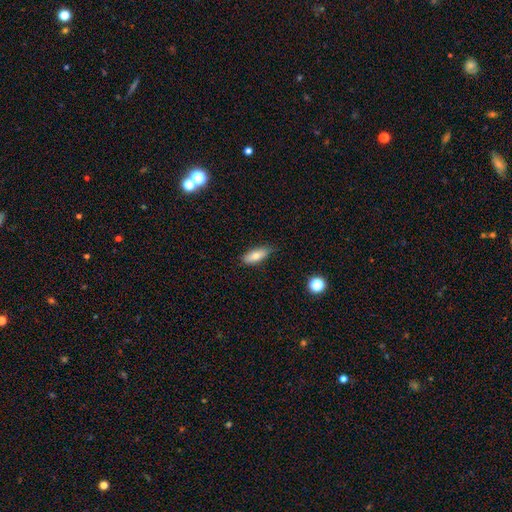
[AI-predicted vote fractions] The model was most divided on "how rounded": in between: 73%, cigar-shaped: 24%, round: 3%. More confident: merging — none (80%); smooth or featured — smooth (75%).